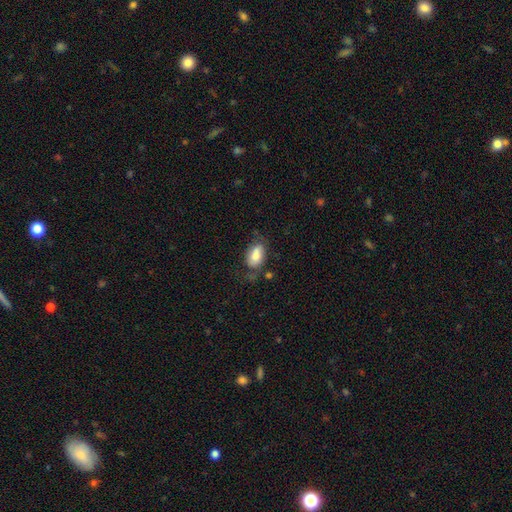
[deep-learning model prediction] Smooth or featured?
  - smooth: 75% *
  - featured or disk: 18%
  - star or artifact: 8%
How rounded?
  - in between: 91% *
  - round: 6%
  - cigar-shaped: 3%
Merging?
  - none: 54% *
  - minor disturbance: 27%
  - major disturbance: 13%
  - merger: 7%